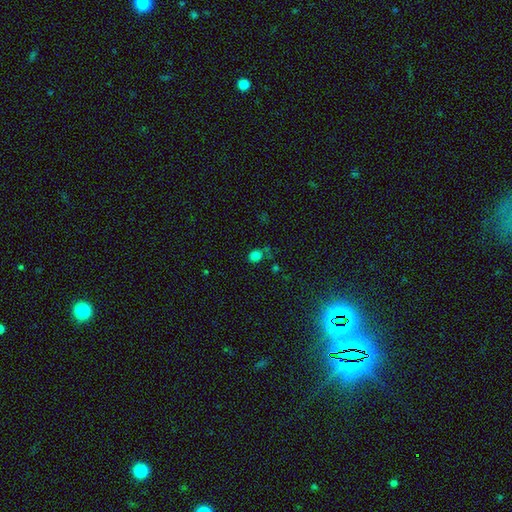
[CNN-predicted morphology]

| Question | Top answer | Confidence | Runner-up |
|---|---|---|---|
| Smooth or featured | smooth | 75% | star or artifact (19%) |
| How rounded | round | 63% | in between (36%) |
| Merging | none | 63% | minor disturbance (19%) |